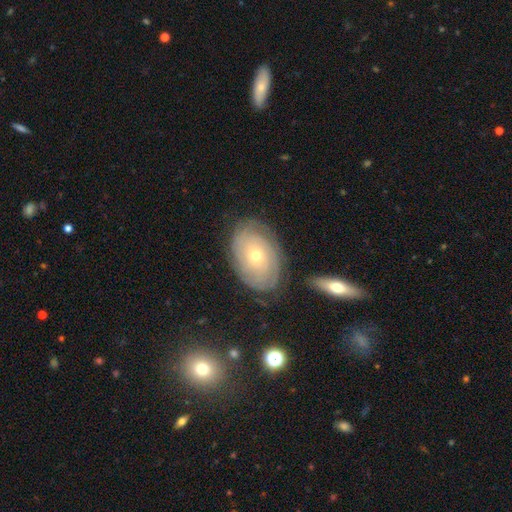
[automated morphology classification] The model was most divided on "bulge size": small: 58%, moderate: 39%, large: 2%, dominant: 1%, none: 1%. More confident: edge-on disk — no (94%); spiral arms — yes (86%); bar — no (84%); spiral winding — tight (79%); merging — none (78%); smooth or featured — featured or disk (70%); spiral arm count — can't tell (52%).